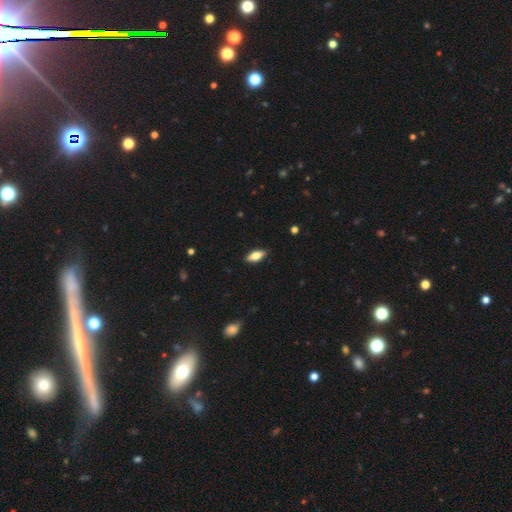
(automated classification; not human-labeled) Smooth or featured: smooth — 71% (featured or disk — 23%)
How rounded: in between — 80% (cigar-shaped — 17%)
Merging: none — 87% (minor disturbance — 10%)